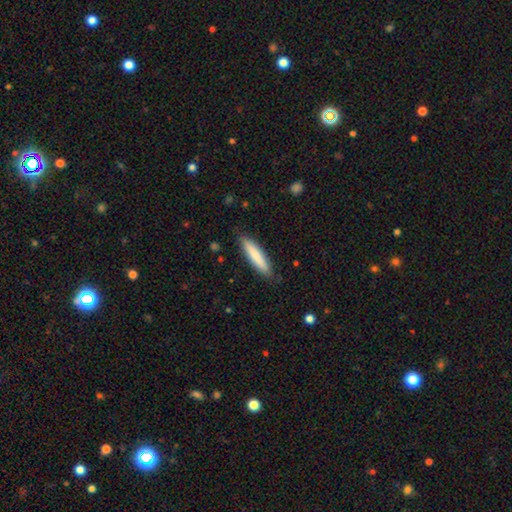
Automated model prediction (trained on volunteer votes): Smooth or featured?
  - smooth: 79% *
  - featured or disk: 15%
  - star or artifact: 5%
How rounded?
  - cigar-shaped: 86% *
  - in between: 13%
  - round: 1%
Merging?
  - none: 87% *
  - minor disturbance: 10%
  - major disturbance: 2%
  - merger: 1%